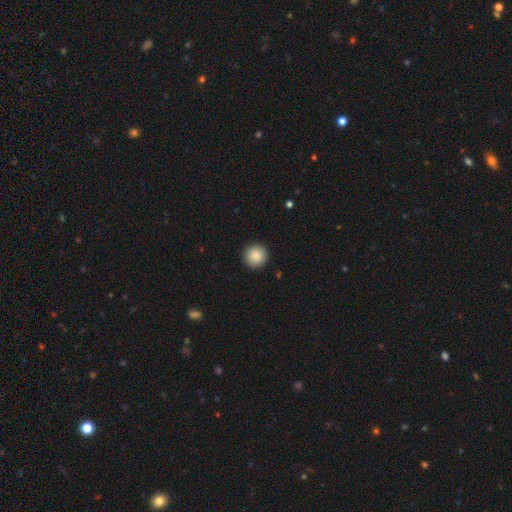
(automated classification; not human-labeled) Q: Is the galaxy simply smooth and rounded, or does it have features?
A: smooth — 88%.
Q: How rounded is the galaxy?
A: round — 96%.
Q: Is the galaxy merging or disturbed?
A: none — 93%.